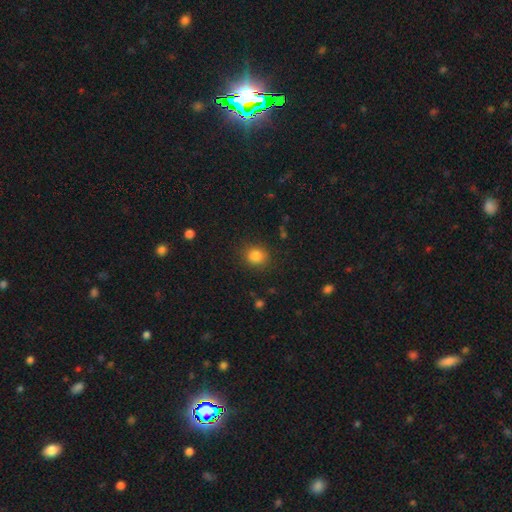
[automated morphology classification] Smooth or featured? Predicted: smooth (p=0.83). How rounded? Predicted: round (p=0.76). Merging? Predicted: none (p=0.86).